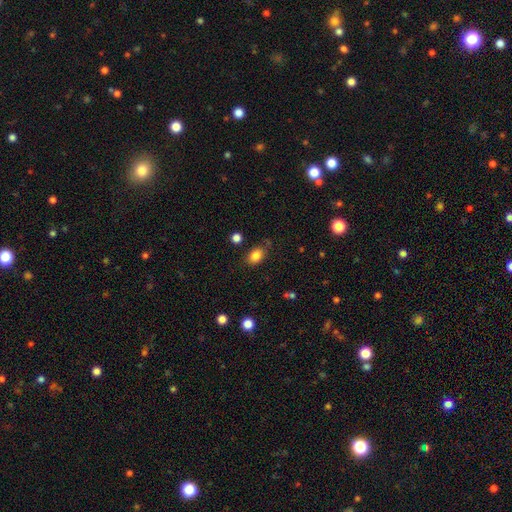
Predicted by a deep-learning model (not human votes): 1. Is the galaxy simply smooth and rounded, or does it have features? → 84% smooth, 10% star or artifact, 6% featured or disk.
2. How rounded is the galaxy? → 76% in between, 22% round, 1% cigar-shaped.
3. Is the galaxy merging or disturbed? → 77% none, 16% minor disturbance, 4% major disturbance, 3% merger.